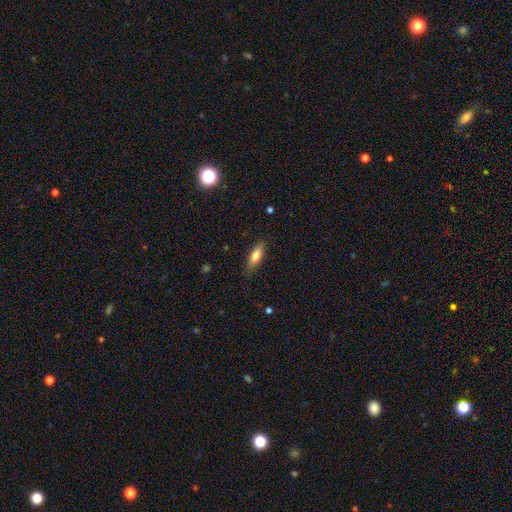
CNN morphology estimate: Smooth or featured?
  - smooth: 73% *
  - featured or disk: 21%
  - star or artifact: 7%
How rounded?
  - in between: 54% *
  - cigar-shaped: 44%
  - round: 2%
Merging?
  - none: 80% *
  - minor disturbance: 15%
  - major disturbance: 3%
  - merger: 1%